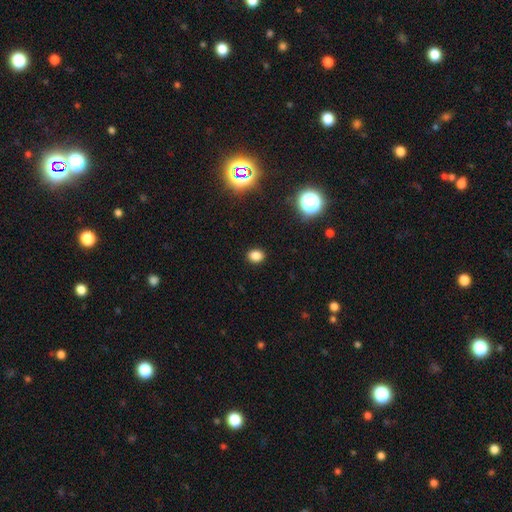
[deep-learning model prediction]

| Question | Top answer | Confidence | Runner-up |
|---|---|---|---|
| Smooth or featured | smooth | 82% | star or artifact (14%) |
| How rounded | round | 57% | in between (41%) |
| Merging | none | 90% | minor disturbance (7%) |